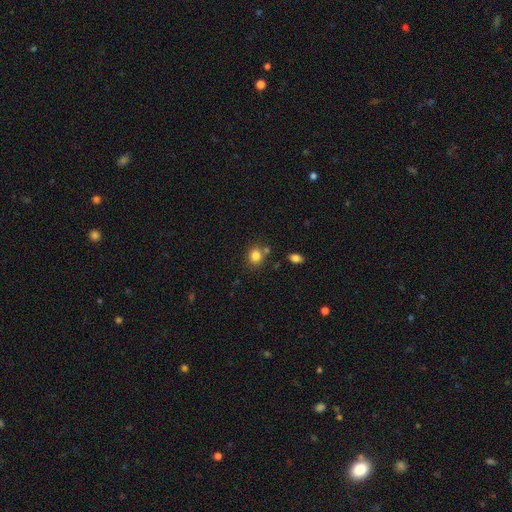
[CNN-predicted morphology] Overall: smooth (82%). How rounded: round (73%). Merging: none (71%).